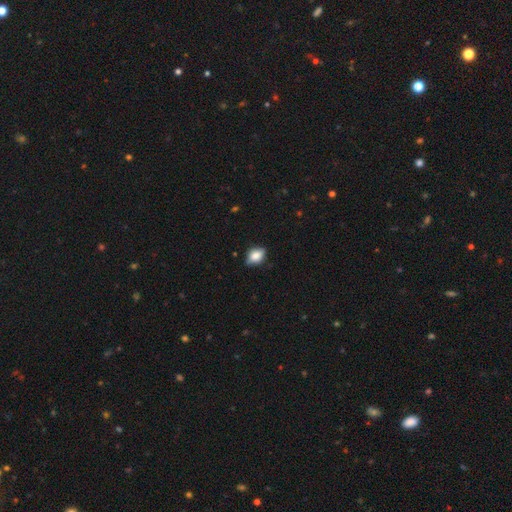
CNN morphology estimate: Q: Smooth or featured?
A: smooth (82%); runner-up: featured or disk (10%)
Q: How rounded?
A: in between (73%); runner-up: round (26%)
Q: Merging?
A: none (73%); runner-up: minor disturbance (23%)